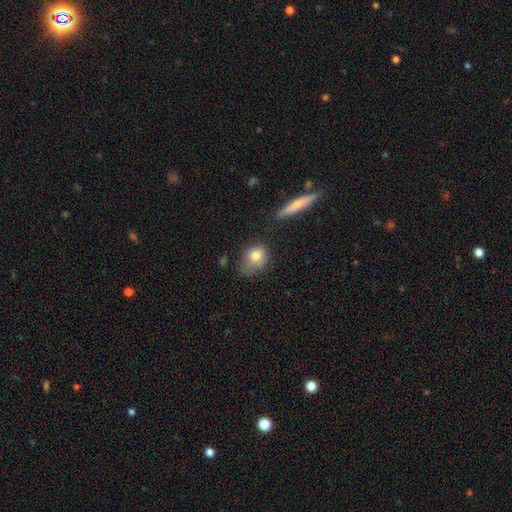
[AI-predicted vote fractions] The model was most divided on "merging": none: 40%, minor disturbance: 34%, major disturbance: 20%, merger: 6%. More confident: smooth or featured — smooth (77%); how rounded — in between (54%).